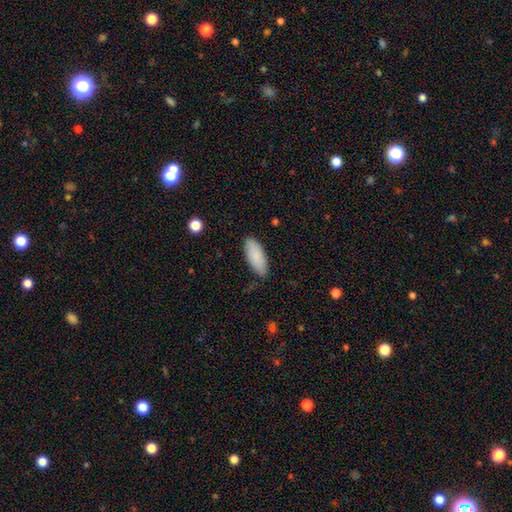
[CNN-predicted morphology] Smooth or featured? Predicted: smooth (p=0.87). How rounded? Predicted: in between (p=0.82). Merging? Predicted: none (p=0.84).